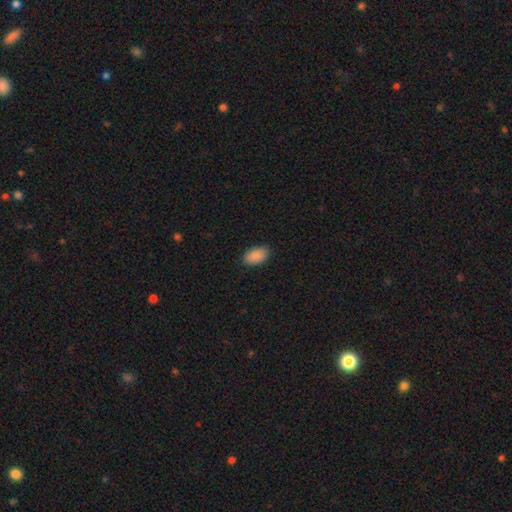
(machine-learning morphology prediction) smooth 90%, star or artifact 7%, featured or disk 3%. Down the decision tree: how rounded — in between (93%); merging — none (86%).